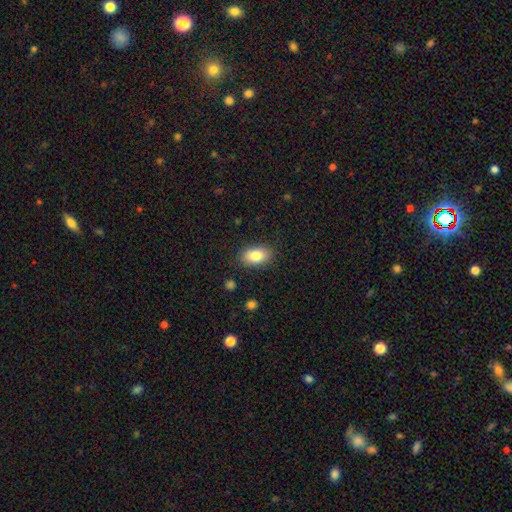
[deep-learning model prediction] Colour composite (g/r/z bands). It shows a smooth galaxy with no disk features (83%) that is in between round and cigar-shaped (89%). Merging: none (86%).